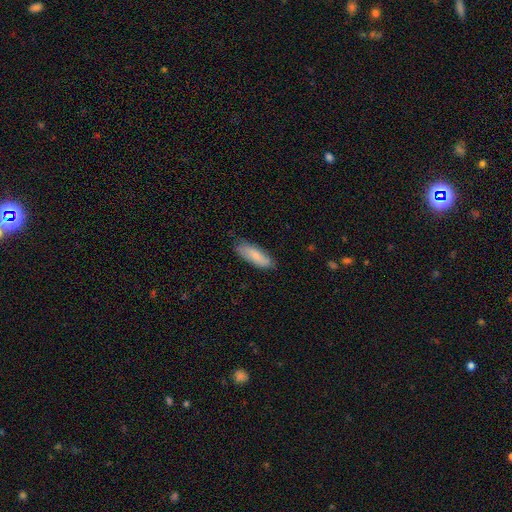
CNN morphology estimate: This is clearly a smooth galaxy (80%). How rounded: possibly in between (57%). Merging: likely none (77%).